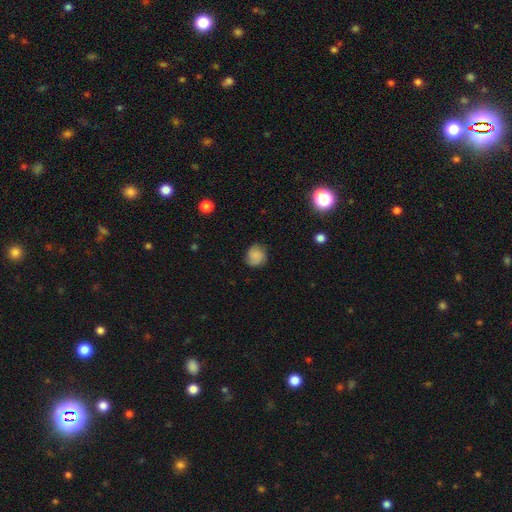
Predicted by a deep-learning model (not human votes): A smooth galaxy with no disk features (82%) that is round (85%).

Vote fractions:
- Smooth or featured? smooth: 82% / star or artifact: 9% / featured or disk: 8%
- How rounded? round: 85% / in between: 14% / cigar-shaped: 1%
- Merging? none: 80% / minor disturbance: 15% / major disturbance: 4% / merger: 1%